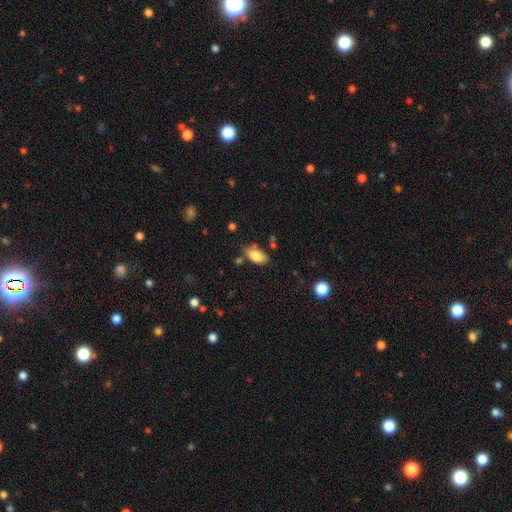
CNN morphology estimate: type=smooth (83%); roundness=in between (92%); merging=none (69%).